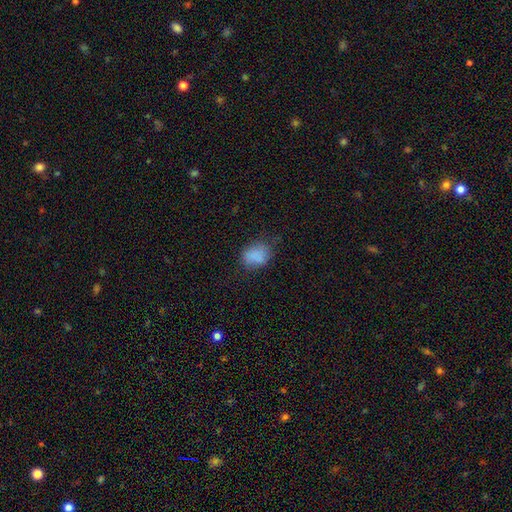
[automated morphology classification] type=smooth (82%); roundness=in between (66%); merging=none (63%).